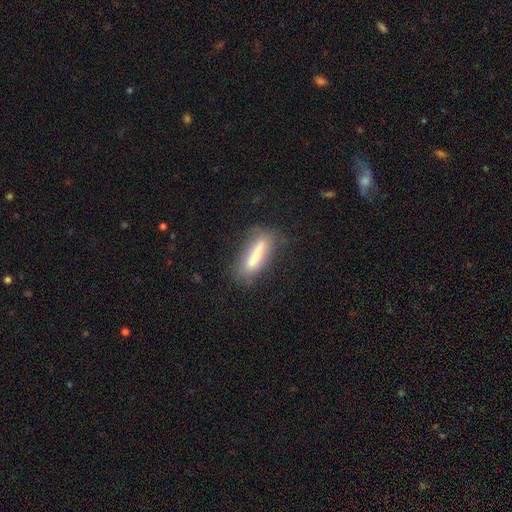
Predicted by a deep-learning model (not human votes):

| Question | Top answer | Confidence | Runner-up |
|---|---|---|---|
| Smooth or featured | smooth | 63% | featured or disk (29%) |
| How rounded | cigar-shaped | 66% | in between (32%) |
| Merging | none | 70% | minor disturbance (19%) |